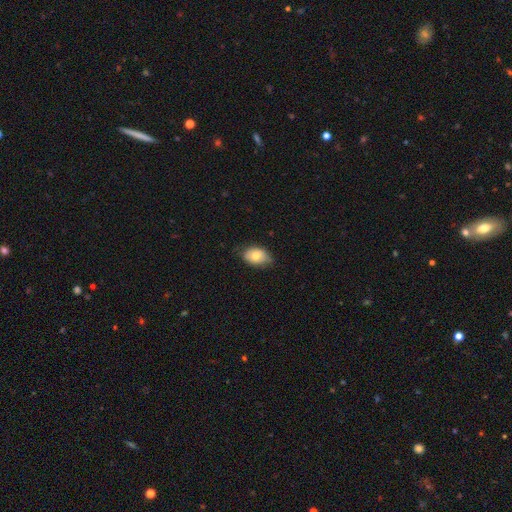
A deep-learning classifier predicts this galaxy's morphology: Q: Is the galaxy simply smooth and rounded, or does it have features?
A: smooth — 71%.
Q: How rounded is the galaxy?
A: in between — 83%.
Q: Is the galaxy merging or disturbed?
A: none — 68%.